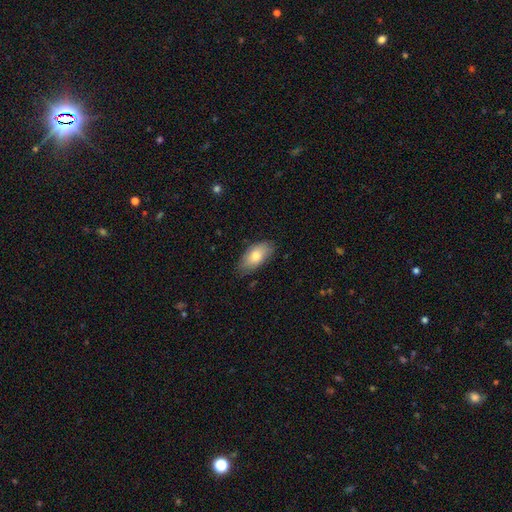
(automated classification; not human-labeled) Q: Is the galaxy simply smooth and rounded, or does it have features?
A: smooth — 76%.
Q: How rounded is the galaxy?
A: in between — 91%.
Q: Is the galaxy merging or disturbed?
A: none — 75%.